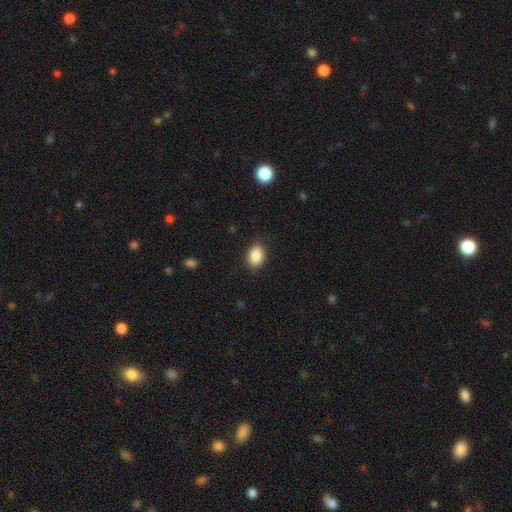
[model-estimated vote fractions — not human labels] A smooth galaxy with no disk features (88%) that is in between round and cigar-shaped (83%).

Vote fractions:
- Smooth or featured? smooth: 88% / star or artifact: 8% / featured or disk: 5%
- How rounded? in between: 83% / round: 15% / cigar-shaped: 1%
- Merging? none: 87% / minor disturbance: 10% / major disturbance: 2% / merger: 1%